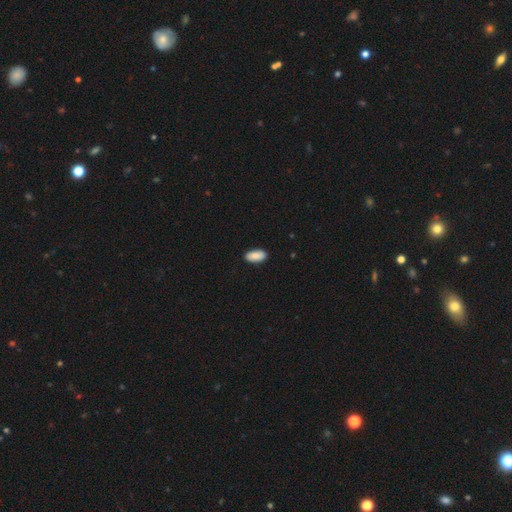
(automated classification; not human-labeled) A smooth galaxy with no disk features (87%) that is in between round and cigar-shaped (92%). Merging: none (88%).